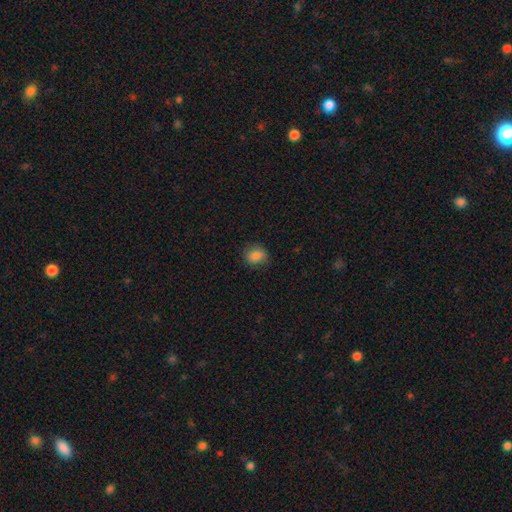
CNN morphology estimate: smooth_or_featured: smooth (p=0.84) [alt: star or artifact p=0.10]
how_rounded: round (p=0.61) [alt: in between p=0.38]
merging: none (p=0.84) [alt: minor disturbance p=0.12]